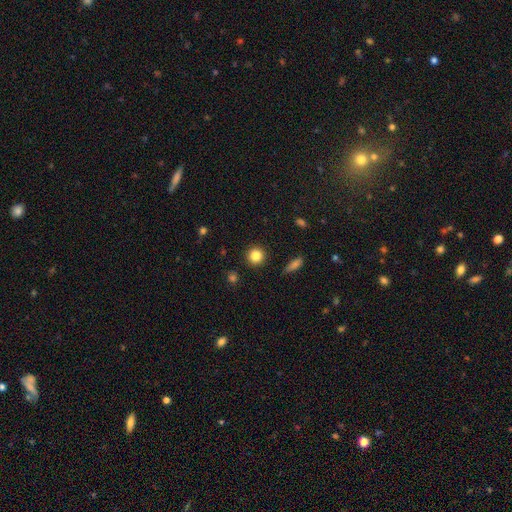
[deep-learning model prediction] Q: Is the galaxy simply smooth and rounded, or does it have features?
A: smooth — 84%.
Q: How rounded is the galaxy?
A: round — 94%.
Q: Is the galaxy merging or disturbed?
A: none — 91%.